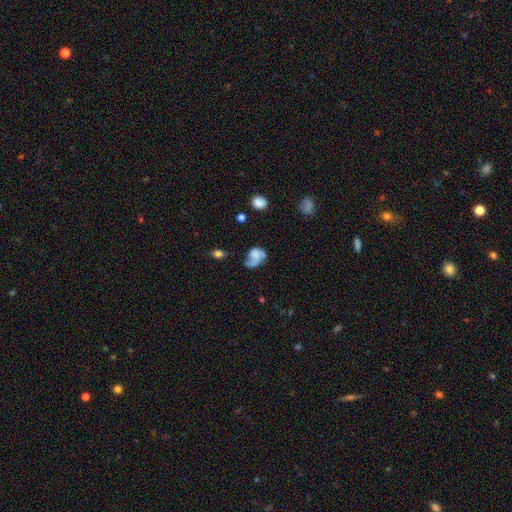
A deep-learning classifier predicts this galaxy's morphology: smooth-or-featured: featured or disk: 57% | smooth: 33% | star or artifact: 10%
  disk-edge-on: no: 97% | yes: 3%
    bar: no: 69% | weak: 25% | strong: 6%
    has-spiral-arms: yes: 81% | no: 19%
    bulge-size: none: 54% | small: 20% | moderate: 15% | large: 9% | dominant: 3%
  merging: none: 38% | major disturbance: 31% | minor disturbance: 25% | merger: 6%